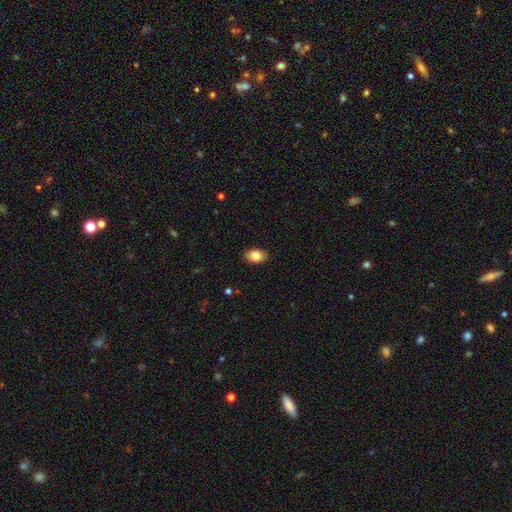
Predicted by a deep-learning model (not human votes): Smooth or featured? Predicted: smooth (p=0.83). How rounded? Predicted: in between (p=0.89). Merging? Predicted: none (p=0.89).